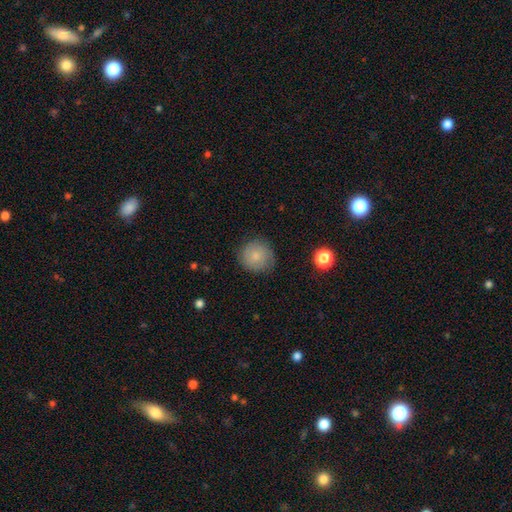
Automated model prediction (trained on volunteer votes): smooth-or-featured: smooth: 74% | featured or disk: 18% | star or artifact: 8%
  how-rounded: round: 92% | in between: 7% | cigar-shaped: 1%
  merging: none: 81% | minor disturbance: 14% | major disturbance: 4% | merger: 1%